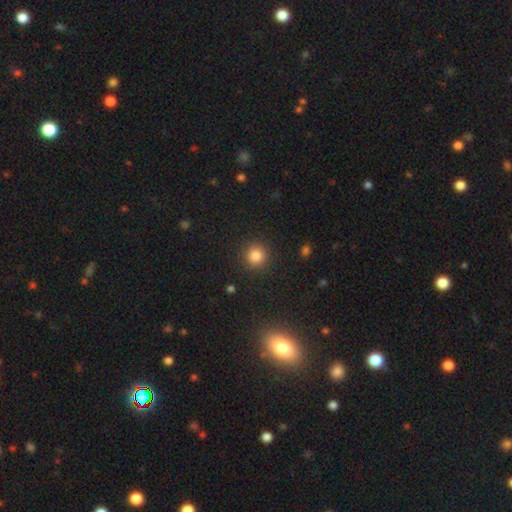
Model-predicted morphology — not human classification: smooth 83%, star or artifact 12%, featured or disk 5%. Down the decision tree: how rounded — round (93%); merging — none (90%).